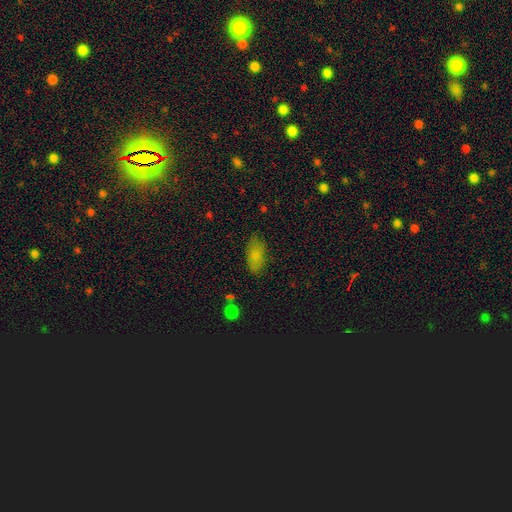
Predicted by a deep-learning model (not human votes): smooth 82%, star or artifact 10%, featured or disk 9%. Down the decision tree: how rounded — in between (89%); merging — none (79%).